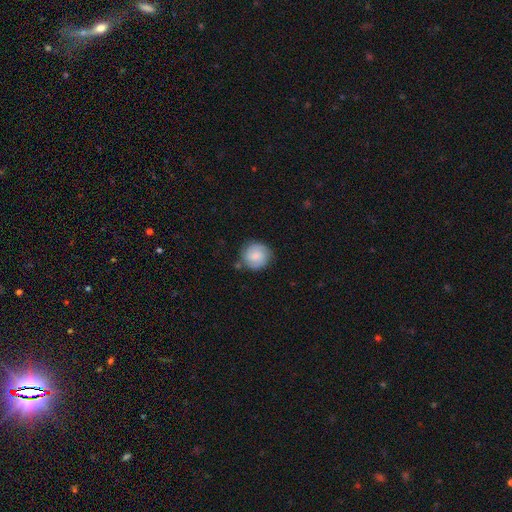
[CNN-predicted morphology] smooth_or_featured: smooth (p=0.50) [alt: featured or disk p=0.43]
merging: none (p=0.79) [alt: minor disturbance p=0.14]